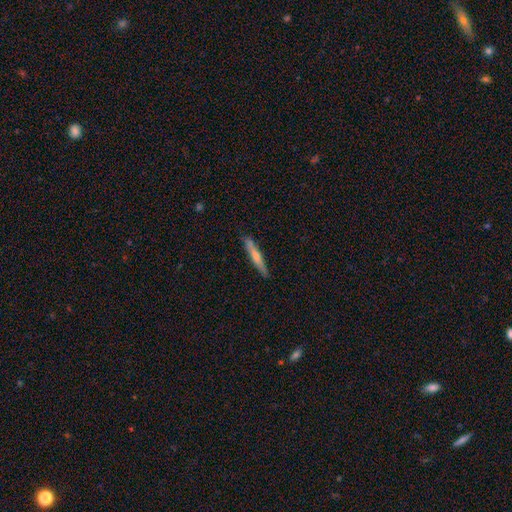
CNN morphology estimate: A smooth galaxy with no disk features (53%) that is cigar-shaped (95%).

Vote fractions:
- Smooth or featured? smooth: 53% / featured or disk: 41% / star or artifact: 6%
- How rounded? cigar-shaped: 95% / in between: 4% / round: 1%
- Merging? none: 88% / minor disturbance: 9% / major disturbance: 2% / merger: 1%